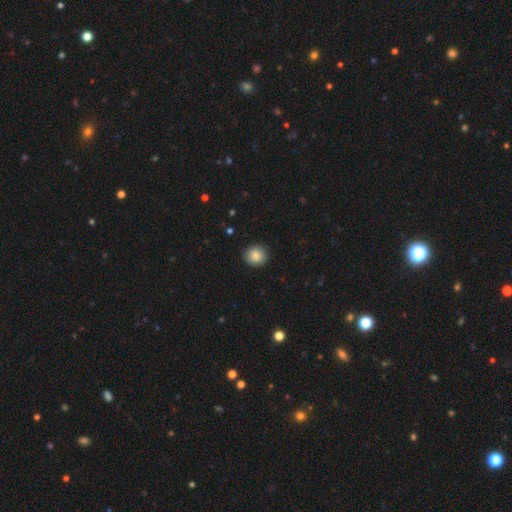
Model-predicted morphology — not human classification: Smooth or featured: smooth — 86% (star or artifact — 8%)
How rounded: round — 87% (in between — 12%)
Merging: none — 89% (minor disturbance — 8%)